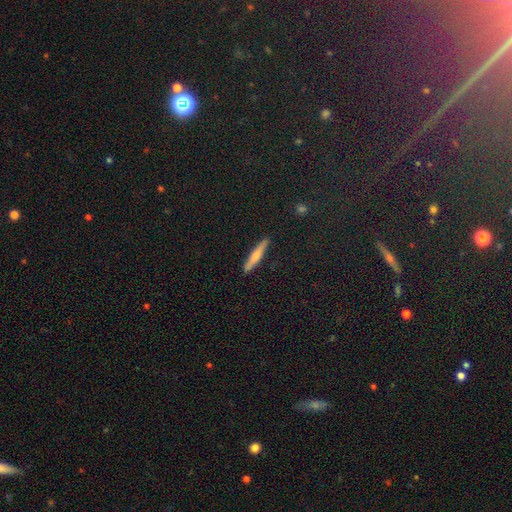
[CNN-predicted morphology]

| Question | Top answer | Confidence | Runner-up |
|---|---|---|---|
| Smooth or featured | smooth | 49% | featured or disk (43%) |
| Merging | none | 90% | minor disturbance (7%) |